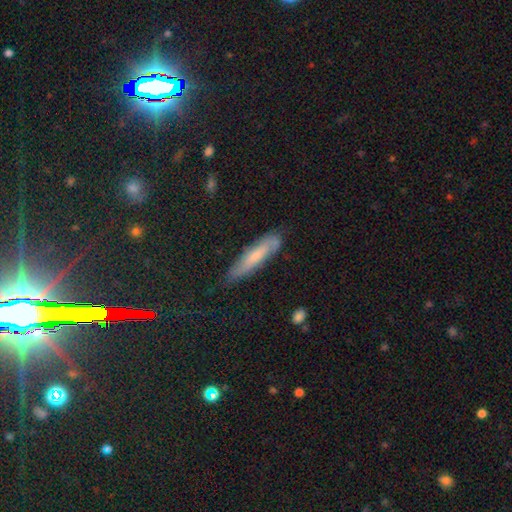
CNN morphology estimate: smooth_or_featured: smooth (p=0.55) [alt: featured or disk p=0.35]
how_rounded: cigar-shaped (p=0.79) [alt: in between p=0.19]
merging: none (p=0.73) [alt: minor disturbance p=0.20]